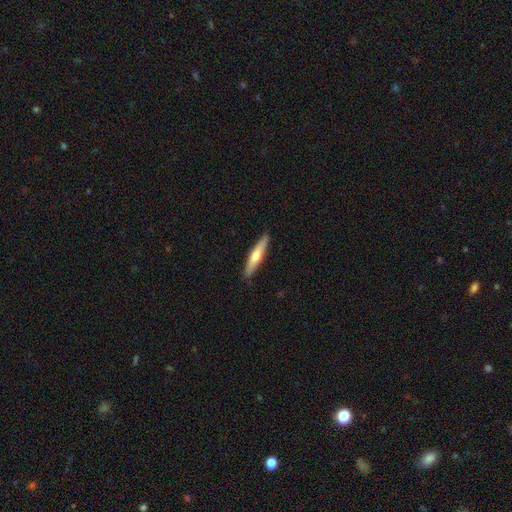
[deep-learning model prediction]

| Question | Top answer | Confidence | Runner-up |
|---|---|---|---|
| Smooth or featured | smooth | 56% | featured or disk (39%) |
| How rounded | cigar-shaped | 88% | in between (11%) |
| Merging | none | 88% | minor disturbance (9%) |